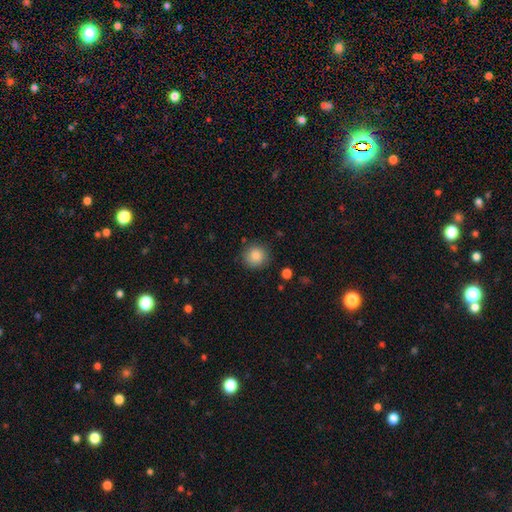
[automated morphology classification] Q: Smooth or featured?
A: smooth (87%); runner-up: star or artifact (9%)
Q: How rounded?
A: round (92%); runner-up: in between (7%)
Q: Merging?
A: none (87%); runner-up: minor disturbance (9%)